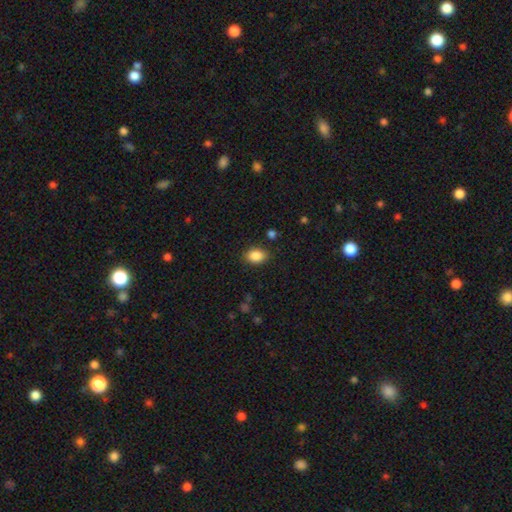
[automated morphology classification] This is clearly a smooth galaxy (87%). How rounded: likely in between (79%). Merging: clearly none (85%).